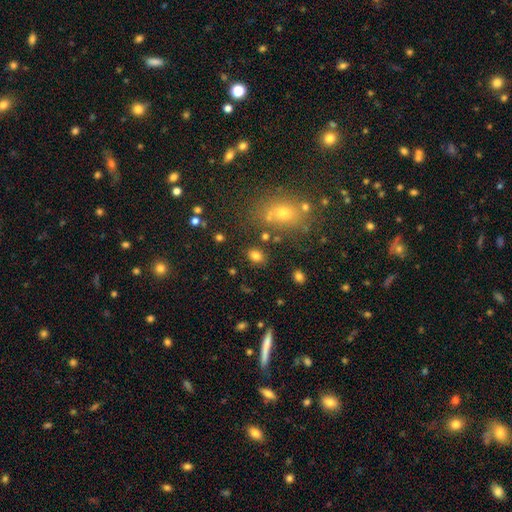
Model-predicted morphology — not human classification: This is likely a smooth galaxy (80%). How rounded: likely in between (66%). Merging: clearly none (81%).